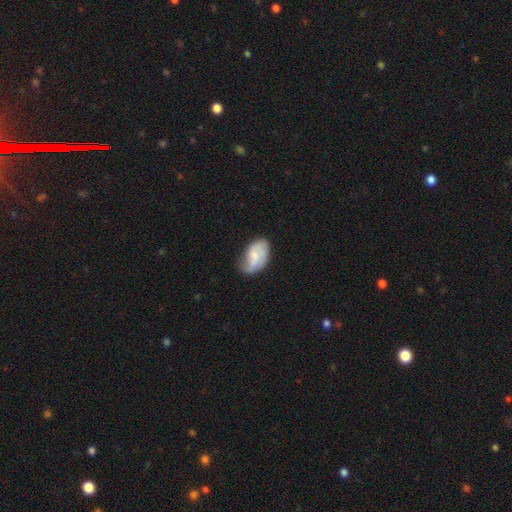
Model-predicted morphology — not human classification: Smooth or featured: smooth — 52% (featured or disk — 41%)
How rounded: in between — 92% (round — 6%)
Merging: none — 51% (minor disturbance — 34%)